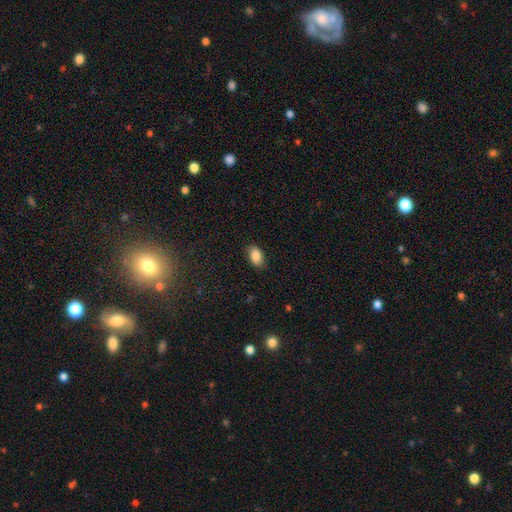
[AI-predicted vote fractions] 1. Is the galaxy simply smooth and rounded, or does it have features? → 87% smooth, 8% star or artifact, 5% featured or disk.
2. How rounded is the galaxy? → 91% in between, 7% round, 2% cigar-shaped.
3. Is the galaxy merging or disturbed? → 84% none, 12% minor disturbance, 3% major disturbance, 1% merger.